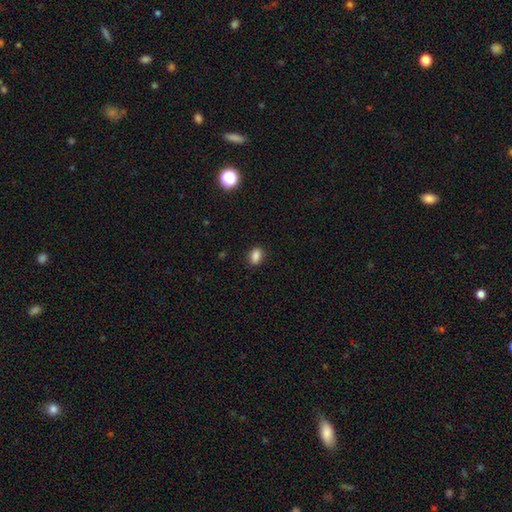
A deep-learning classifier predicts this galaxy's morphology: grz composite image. It shows a smooth galaxy with no disk features (86%) that is in between round and cigar-shaped (80%). Merging: none (87%).